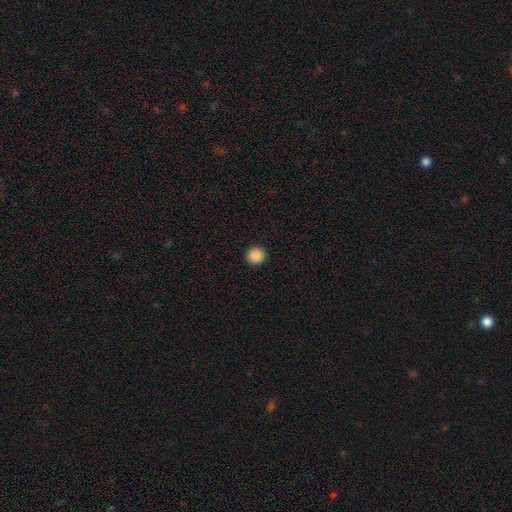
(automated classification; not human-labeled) Smooth or featured: smooth — 89% (star or artifact — 9%)
How rounded: round — 93% (in between — 6%)
Merging: none — 93% (minor disturbance — 5%)